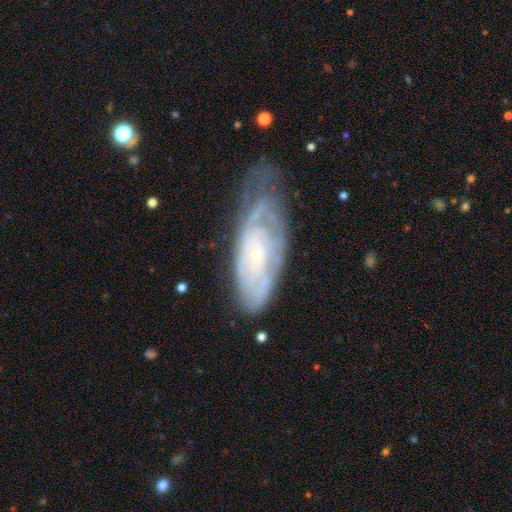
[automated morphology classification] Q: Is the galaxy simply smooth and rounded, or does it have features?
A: featured or disk — 76%.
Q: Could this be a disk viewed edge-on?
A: no — 90%.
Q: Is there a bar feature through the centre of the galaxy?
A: no — 75%.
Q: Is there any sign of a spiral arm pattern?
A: yes — 85%.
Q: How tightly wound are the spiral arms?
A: tight — 70%.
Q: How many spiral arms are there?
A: can't tell — 60%.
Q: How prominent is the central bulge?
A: small — 80%.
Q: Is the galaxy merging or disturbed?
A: none — 46%.